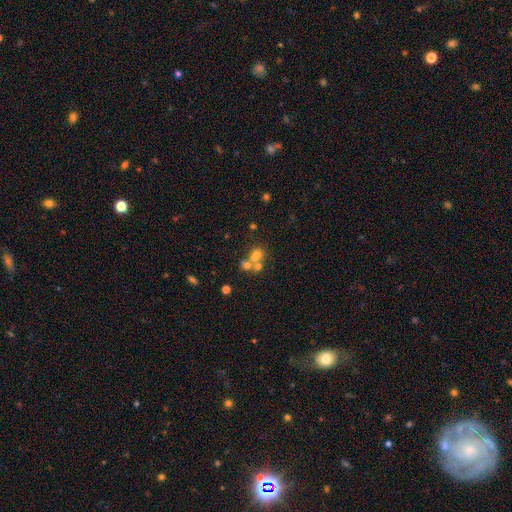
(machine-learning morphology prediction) This is possibly a smooth galaxy (54%). How rounded: likely round (71%). Merging: possibly merger (54%).